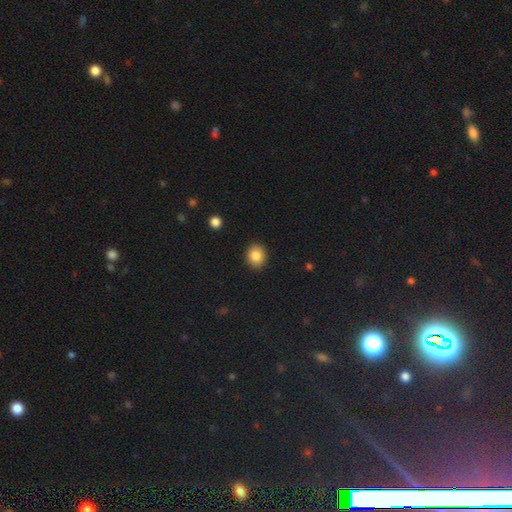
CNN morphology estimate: Overall: smooth (86%). How rounded: round (70%). Merging: none (91%).